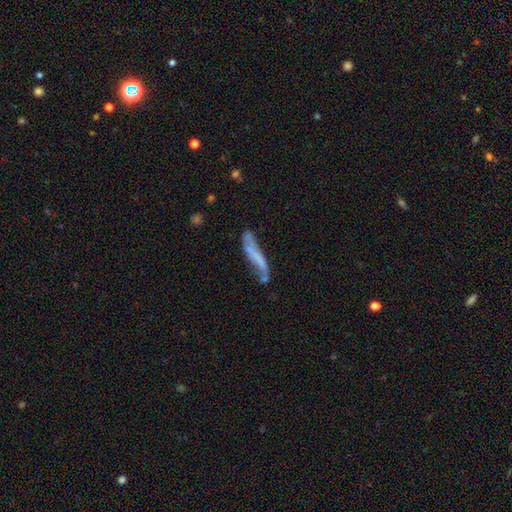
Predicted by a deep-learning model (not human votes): Q: Smooth or featured?
A: featured or disk (47%); runner-up: smooth (45%)
Q: Merging?
A: none (42%); runner-up: minor disturbance (30%)